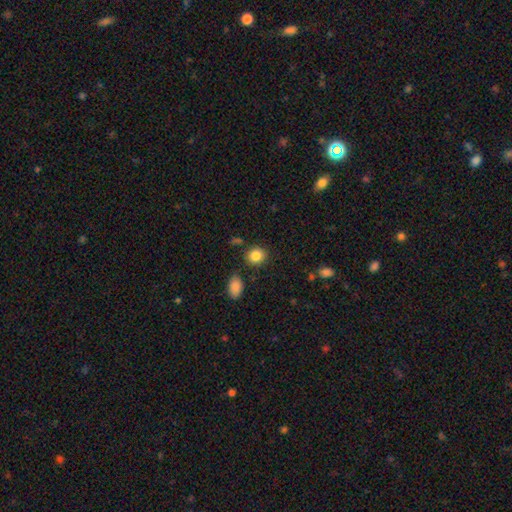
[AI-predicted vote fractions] A smooth galaxy with no disk features (85%) that is round (72%).

Vote fractions:
- Smooth or featured? smooth: 85% / star or artifact: 10% / featured or disk: 5%
- How rounded? round: 72% / in between: 27% / cigar-shaped: 1%
- Merging? none: 83% / minor disturbance: 10% / merger: 4% / major disturbance: 3%